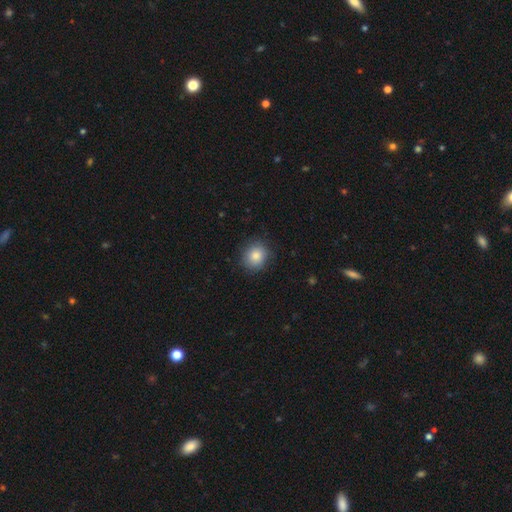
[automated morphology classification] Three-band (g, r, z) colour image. It shows a smooth galaxy with no disk features (84%) that is round (80%). Merging: none (85%).